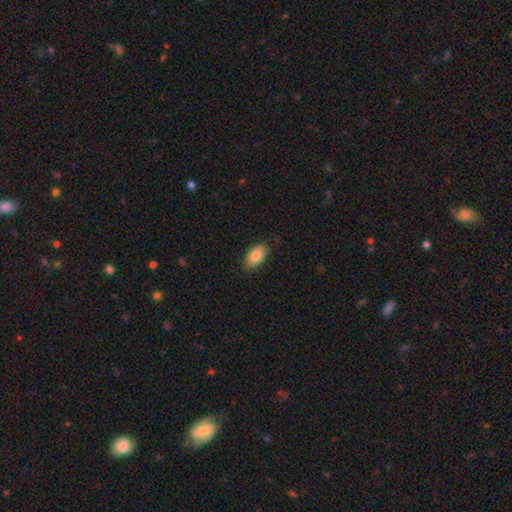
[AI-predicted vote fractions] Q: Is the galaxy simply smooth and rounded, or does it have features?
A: smooth — 84%.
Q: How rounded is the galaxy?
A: in between — 93%.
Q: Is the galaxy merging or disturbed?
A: none — 83%.